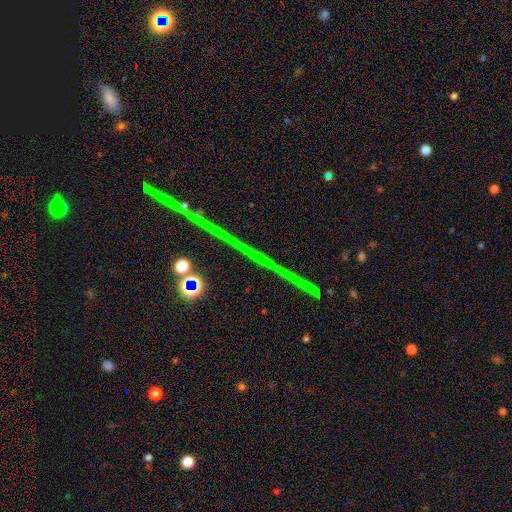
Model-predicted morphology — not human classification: Smooth or featured?
  - star or artifact: 78% *
  - featured or disk: 14%
  - smooth: 9%